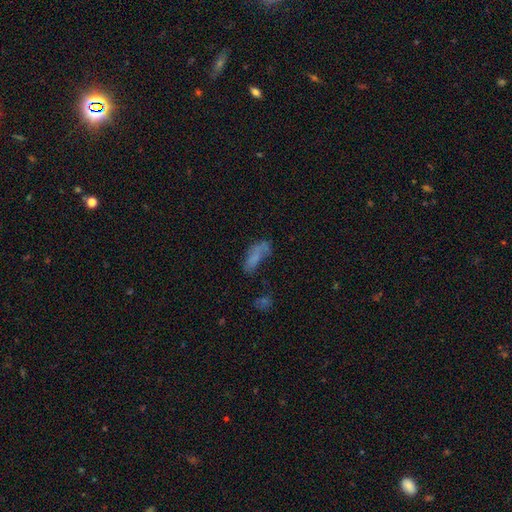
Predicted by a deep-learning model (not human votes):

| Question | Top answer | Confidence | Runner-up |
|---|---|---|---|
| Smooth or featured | smooth | 63% | featured or disk (21%) |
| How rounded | in between | 68% | cigar-shaped (29%) |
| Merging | none | 36% | major disturbance (27%) |